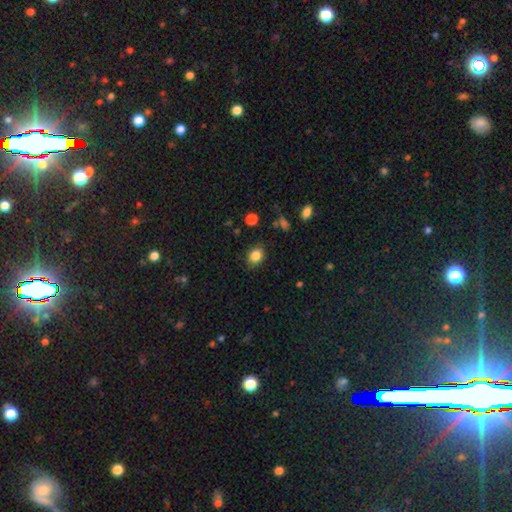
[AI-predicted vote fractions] Smooth or featured? smooth (85%)
How rounded? round (50%)
Merging? none (83%)